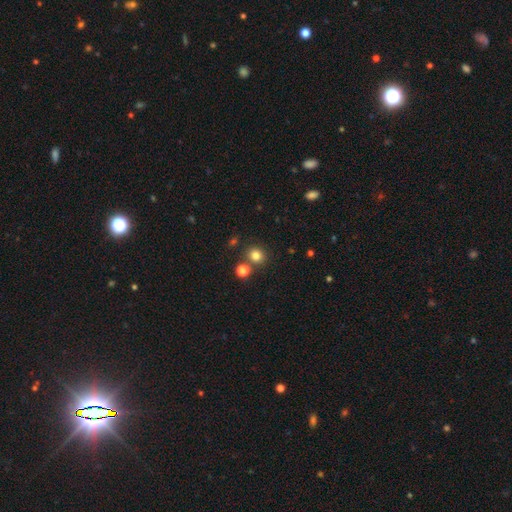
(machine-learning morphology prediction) type=smooth (79%); roundness=round (86%); merging=none (76%).